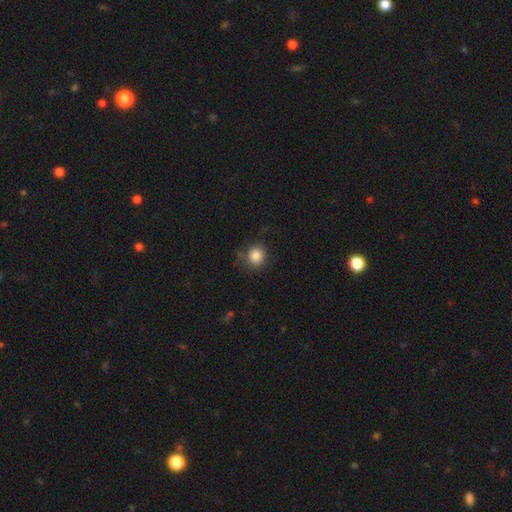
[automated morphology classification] The model was most divided on "merging": none: 76%, minor disturbance: 17%, major disturbance: 5%, merger: 2%. More confident: how rounded — round (86%); smooth or featured — smooth (85%).